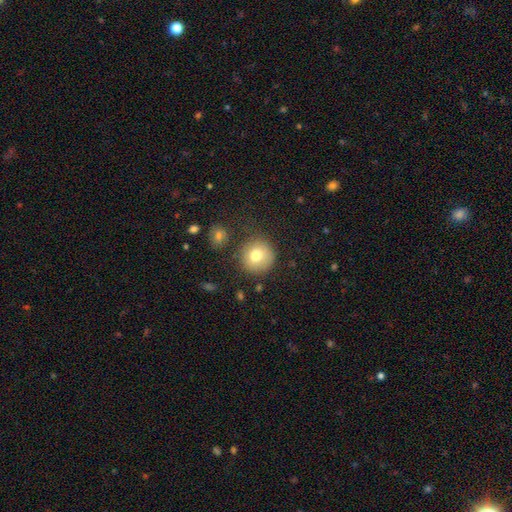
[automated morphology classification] A smooth galaxy with no disk features (77%) that is round (94%). Merging: none (81%).